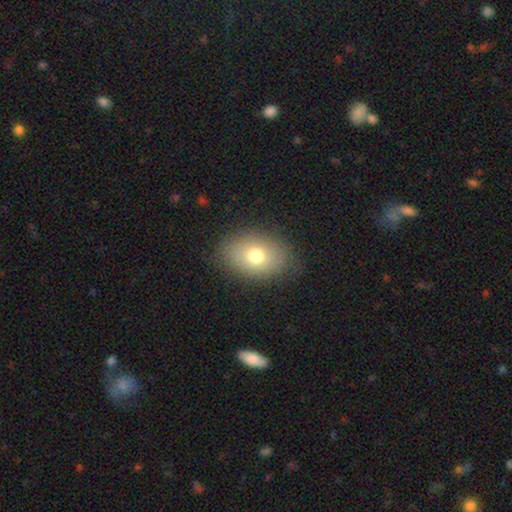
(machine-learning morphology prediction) This appears to be a smooth galaxy with no disk features (75%) that is in between round and cigar-shaped (76%). Merging: none (82%).